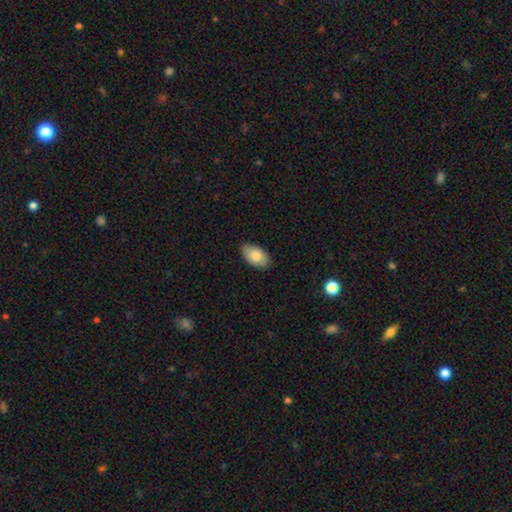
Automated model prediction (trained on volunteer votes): smooth_or_featured: smooth (p=0.84) [alt: featured or disk p=0.10]
how_rounded: in between (p=0.94) [alt: round p=0.04]
merging: none (p=0.85) [alt: minor disturbance p=0.12]